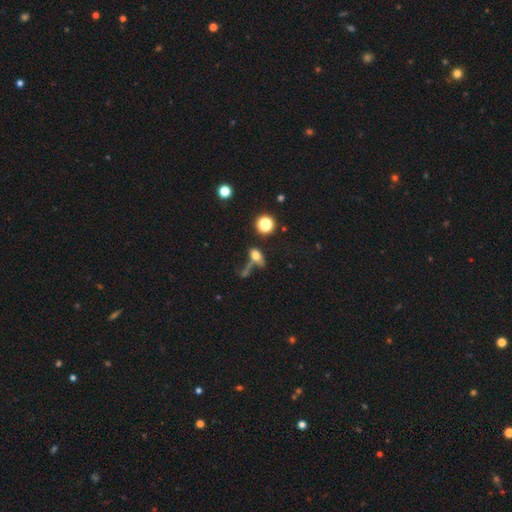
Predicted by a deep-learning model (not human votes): Smooth or featured?
  - smooth: 65% *
  - featured or disk: 18%
  - star or artifact: 17%
How rounded?
  - in between: 65% *
  - round: 22%
  - cigar-shaped: 13%
Merging?
  - none: 42% *
  - merger: 28%
  - major disturbance: 16%
  - minor disturbance: 14%